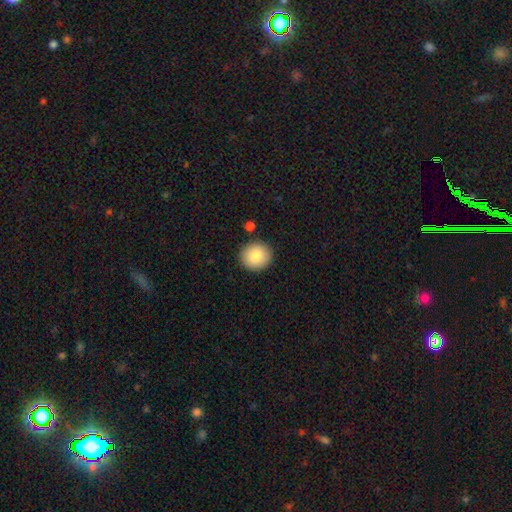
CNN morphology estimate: smooth_or_featured: smooth (p=0.84) [alt: featured or disk p=0.08]
how_rounded: round (p=0.84) [alt: in between p=0.15]
merging: none (p=0.89) [alt: minor disturbance p=0.07]